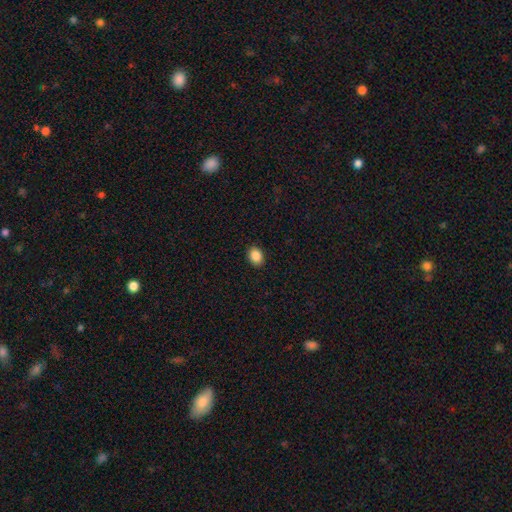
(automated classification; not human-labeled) A smooth galaxy with no disk features (88%) that is in between round and cigar-shaped (62%). Merging: none (91%).